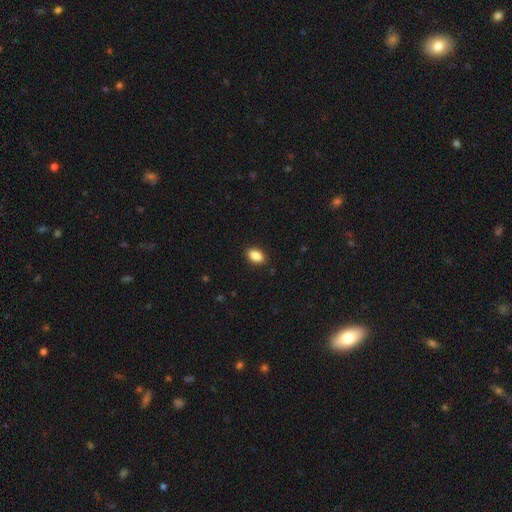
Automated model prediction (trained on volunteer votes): A smooth galaxy with no disk features (89%) that is in between round and cigar-shaped (90%). Merging: none (89%).